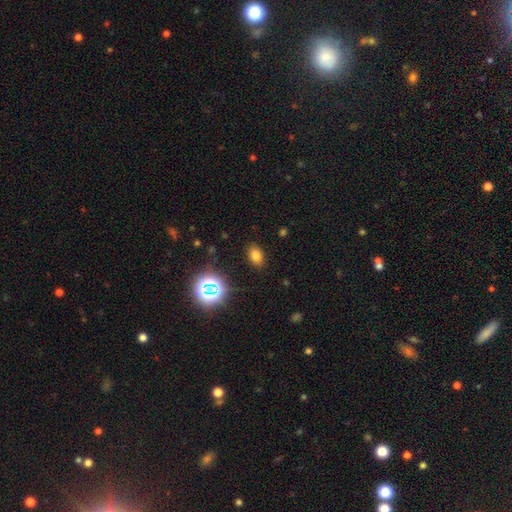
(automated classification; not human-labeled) Smooth or featured? Predicted: smooth (p=0.73). How rounded? Predicted: in between (p=0.80). Merging? Predicted: none (p=0.86).